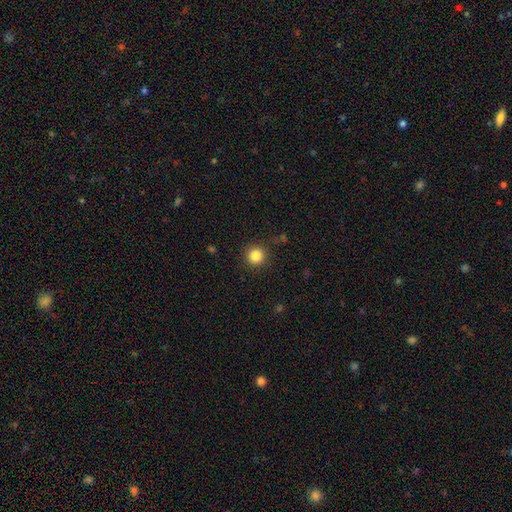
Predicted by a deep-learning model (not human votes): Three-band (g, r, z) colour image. It shows a smooth galaxy with no disk features (85%) that is round (95%). Merging: none (89%).